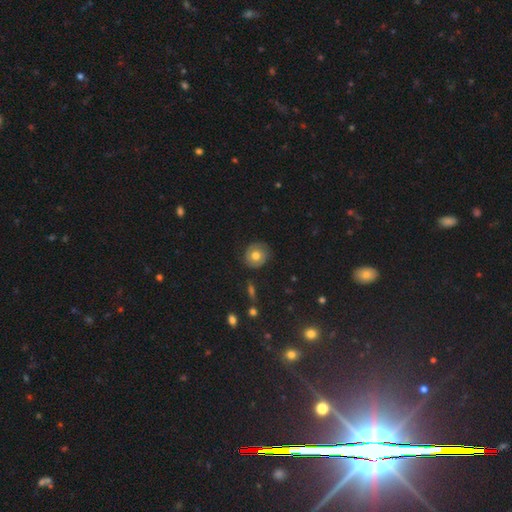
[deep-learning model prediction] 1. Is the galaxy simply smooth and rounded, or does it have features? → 59% smooth, 31% featured or disk, 9% star or artifact.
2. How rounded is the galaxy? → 85% round, 14% in between, 1% cigar-shaped.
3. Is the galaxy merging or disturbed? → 83% none, 12% minor disturbance, 3% major disturbance, 1% merger.